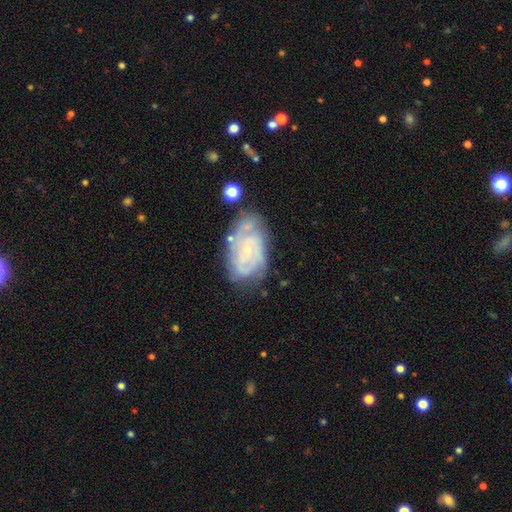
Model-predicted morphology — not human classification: This is likely a featured or disk galaxy (77%). It is clearly not viewed edge-on (97%). Bar: likely no (68%). Spiral arm pattern: clearly yes (87%). Spiral arm count: marginally can't tell (38%). Spiral winding: possibly tight (59%). Central bulge: likely small (78%). Merging: possibly none (57%).